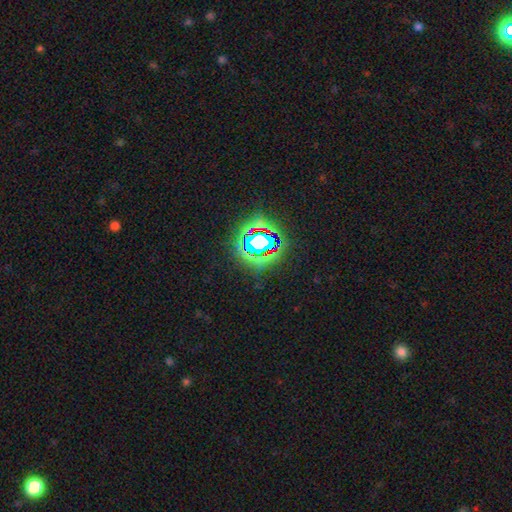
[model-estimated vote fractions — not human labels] The model was most divided on "smooth or featured": star or artifact: 81%, smooth: 12%, featured or disk: 7%.